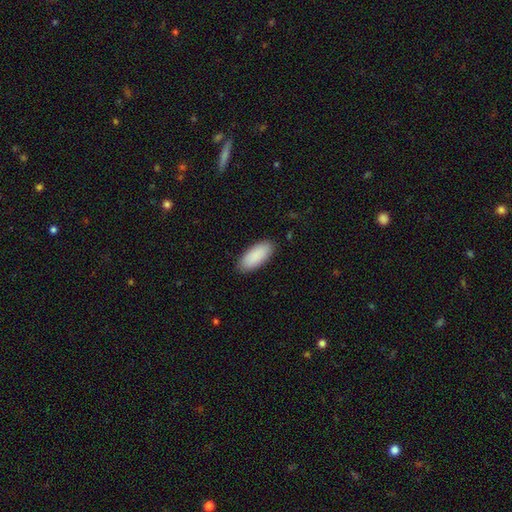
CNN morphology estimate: type=smooth (91%); roundness=in between (87%); merging=none (88%).